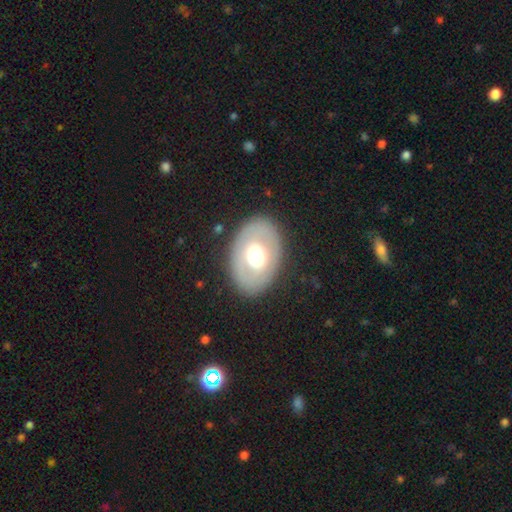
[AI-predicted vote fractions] A smooth galaxy with no disk features (53%) that is in between round and cigar-shaped (79%).

Vote fractions:
- Smooth or featured? smooth: 53% / featured or disk: 41% / star or artifact: 7%
- How rounded? in between: 79% / round: 20% / cigar-shaped: 1%
- Merging? none: 85% / minor disturbance: 10% / major disturbance: 4% / merger: 1%